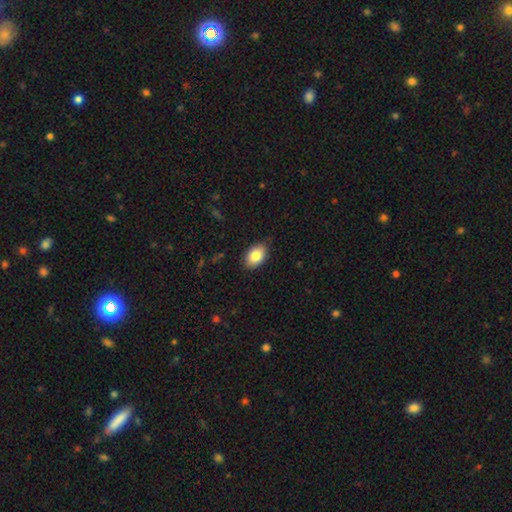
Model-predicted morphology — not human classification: A smooth galaxy with no disk features (84%) that is in between round and cigar-shaped (87%).

Vote fractions:
- Smooth or featured? smooth: 84% / featured or disk: 9% / star or artifact: 7%
- How rounded? in between: 87% / round: 12% / cigar-shaped: 1%
- Merging? none: 82% / minor disturbance: 14% / major disturbance: 2% / merger: 1%